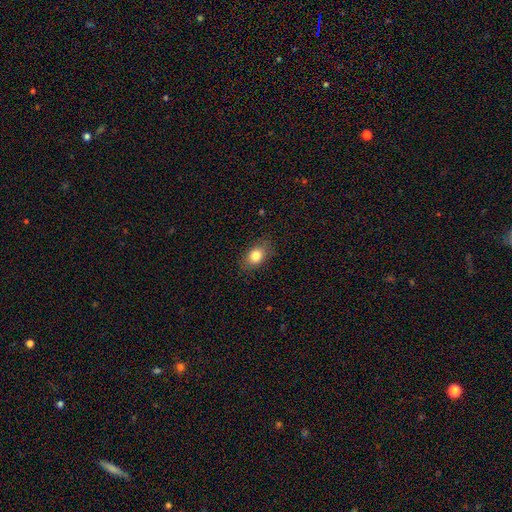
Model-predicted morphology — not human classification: Smooth or featured: smooth — 81% (featured or disk — 10%)
How rounded: in between — 74% (round — 24%)
Merging: none — 82% (minor disturbance — 14%)